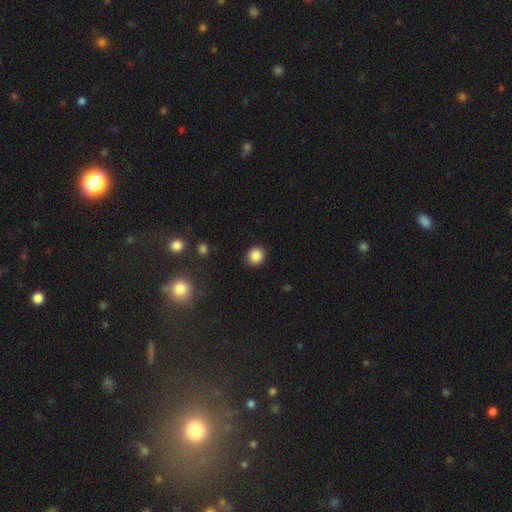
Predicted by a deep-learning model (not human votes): smooth-or-featured: smooth: 87% | star or artifact: 10% | featured or disk: 3%
  how-rounded: round: 87% | in between: 12% | cigar-shaped: 1%
  merging: none: 90% | minor disturbance: 6% | major disturbance: 2% | merger: 1%